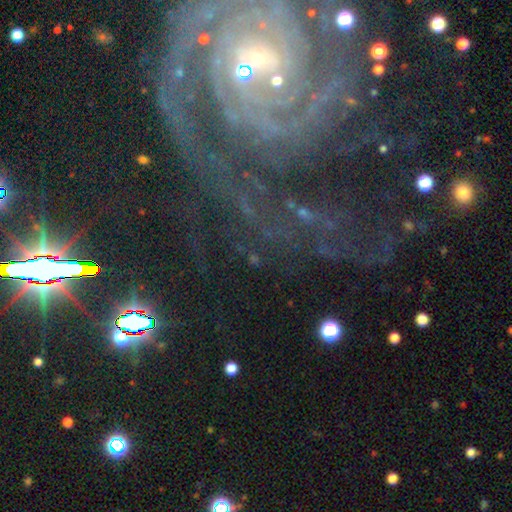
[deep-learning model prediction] Overall: star or artifact (56%; featured or disk 27%).